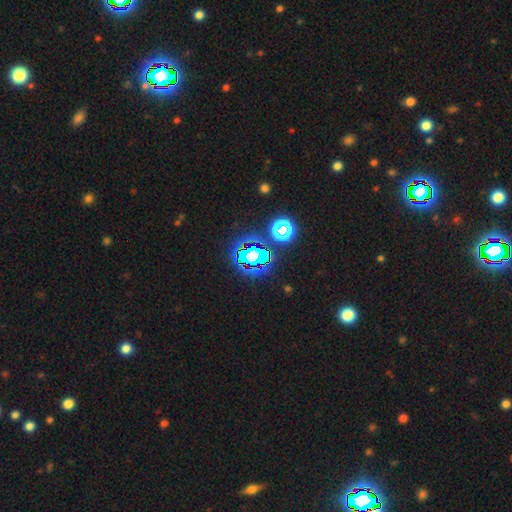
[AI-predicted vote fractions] smooth-or-featured: star or artifact: 79% | smooth: 14% | featured or disk: 7%